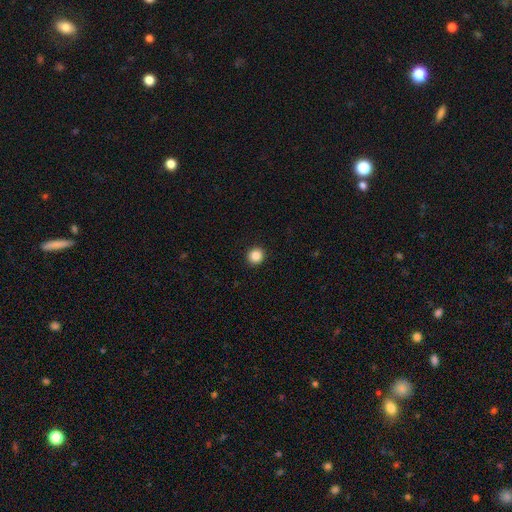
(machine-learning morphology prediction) Q: Smooth or featured?
A: smooth (87%); runner-up: star or artifact (10%)
Q: How rounded?
A: round (92%); runner-up: in between (7%)
Q: Merging?
A: none (93%); runner-up: minor disturbance (4%)